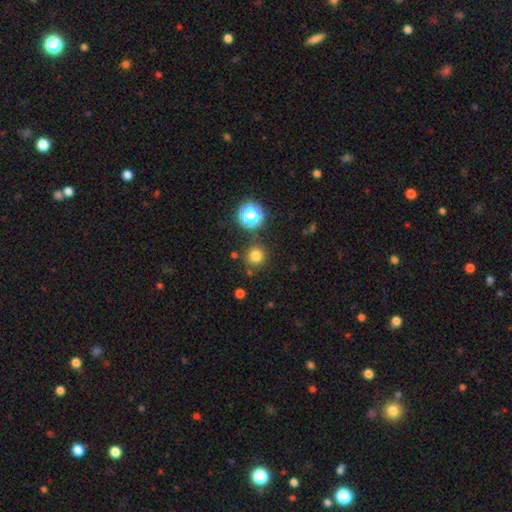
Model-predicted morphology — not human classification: Smooth or featured? Predicted: smooth (p=0.78). How rounded? Predicted: round (p=0.93). Merging? Predicted: none (p=0.83).